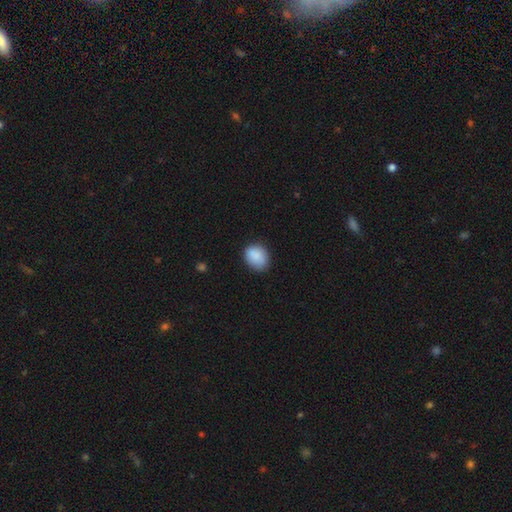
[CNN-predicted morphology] Smooth or featured?
  - smooth: 87% *
  - star or artifact: 7%
  - featured or disk: 5%
How rounded?
  - round: 54% *
  - in between: 46%
  - cigar-shaped: 1%
Merging?
  - none: 76% *
  - minor disturbance: 19%
  - major disturbance: 4%
  - merger: 1%